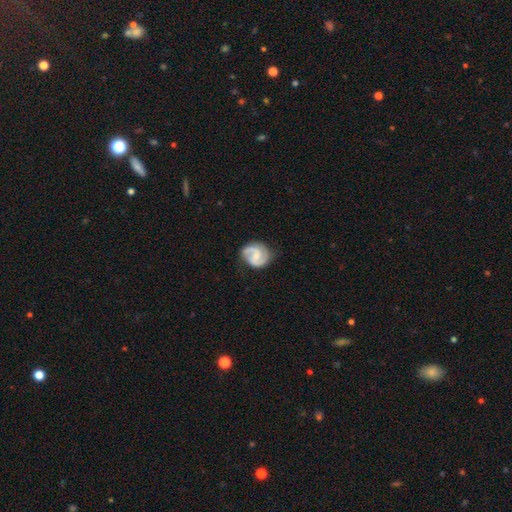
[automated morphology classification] Smooth or featured? Predicted: featured or disk (p=0.82). Edge-on disk? Predicted: no (p=0.98). Bar? Predicted: weak (p=0.48). Spiral arms? Predicted: yes (p=0.96). Spiral winding? Predicted: medium (p=0.51). Spiral arm count? Predicted: 2 (p=0.89). Bulge size? Predicted: small (p=0.49). Merging? Predicted: none (p=0.77).